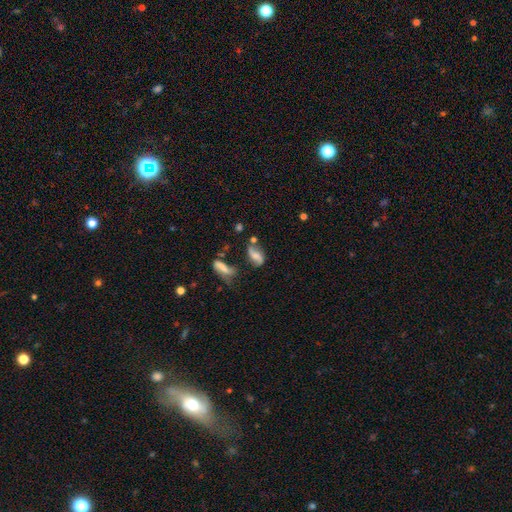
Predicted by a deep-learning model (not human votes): featured or disk 61%, smooth 29%, star or artifact 10%. Down the decision tree: edge-on disk — no (94%); bar — no (48%); spiral arms — yes (87%); bulge size — moderate (33%); merging — none (48%).